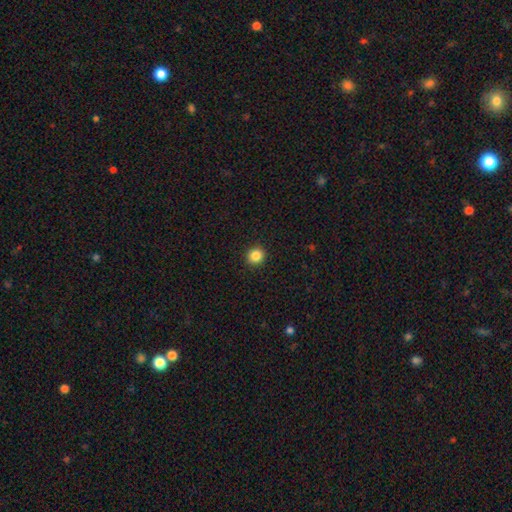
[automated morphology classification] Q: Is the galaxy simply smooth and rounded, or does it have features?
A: smooth — 86%.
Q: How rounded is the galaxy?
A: round — 90%.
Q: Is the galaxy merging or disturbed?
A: none — 93%.